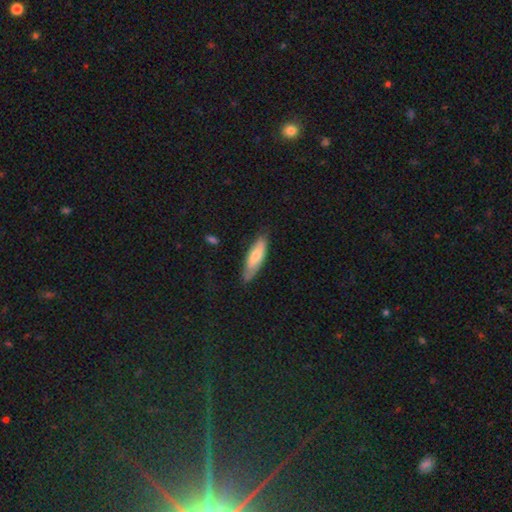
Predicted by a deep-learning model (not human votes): This is likely a smooth galaxy (67%). How rounded: possibly cigar-shaped (50%). Merging: likely none (70%).